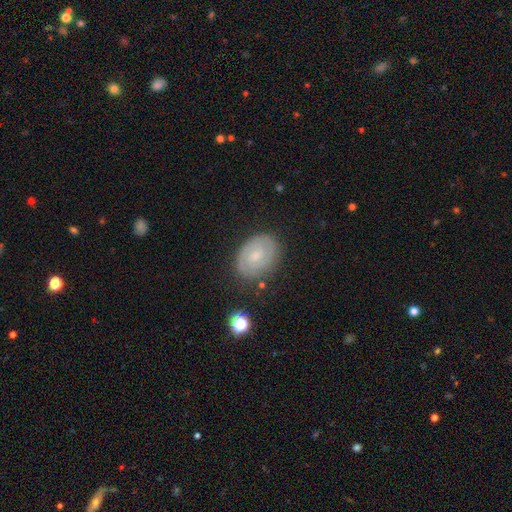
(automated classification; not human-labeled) This appears to be a featured or disk galaxy (71%) with no bar (55%), 2 (68%) tight (66%) spiral arms (90%) and a small central bulge (59%). Merging: none (80%).